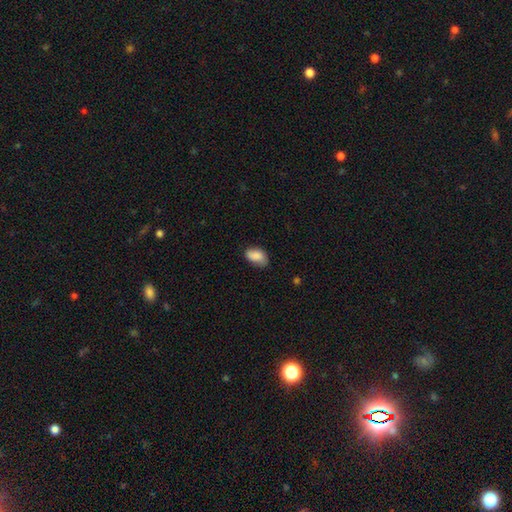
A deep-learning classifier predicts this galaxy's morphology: The model was most divided on "merging": none: 59%, minor disturbance: 32%, major disturbance: 7%, merger: 2%. More confident: how rounded — in between (90%); smooth or featured — smooth (85%).